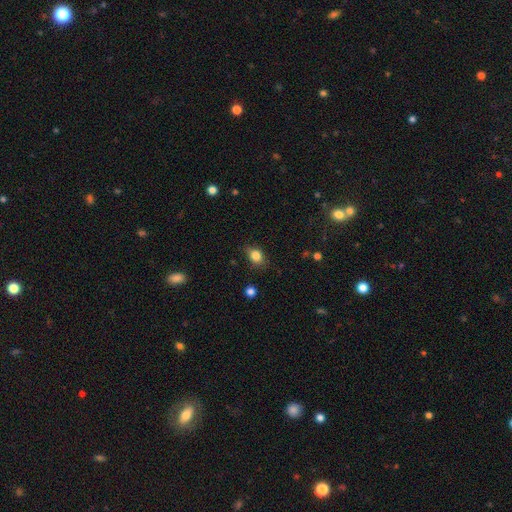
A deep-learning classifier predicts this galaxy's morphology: smooth 82%, star or artifact 10%, featured or disk 7%. Down the decision tree: how rounded — in between (56%); merging — none (76%).